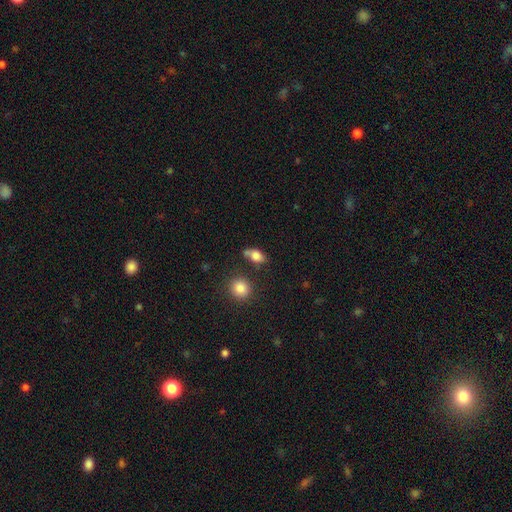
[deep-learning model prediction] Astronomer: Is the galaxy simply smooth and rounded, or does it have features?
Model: smooth — 78%.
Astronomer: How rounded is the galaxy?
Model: in between — 77%.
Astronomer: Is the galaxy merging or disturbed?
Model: none — 55%.